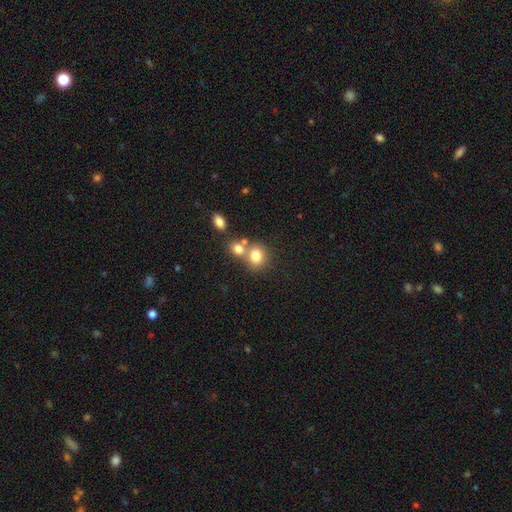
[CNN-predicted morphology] Overall: smooth (79%). How rounded: round (72%). Merging: none (48%; merger 40%).